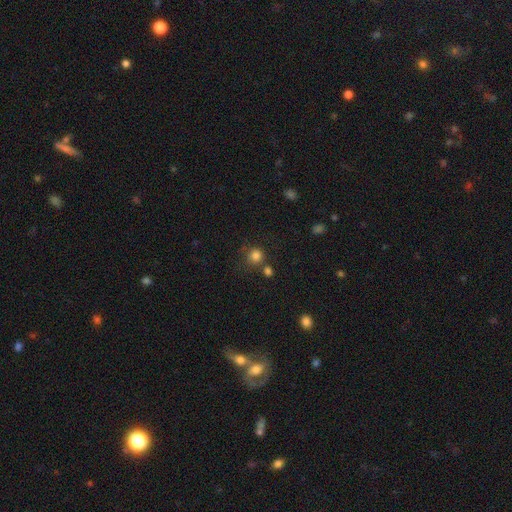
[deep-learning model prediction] Smooth or featured?
  - smooth: 81% *
  - star or artifact: 13%
  - featured or disk: 6%
How rounded?
  - round: 92% *
  - in between: 7%
  - cigar-shaped: 1%
Merging?
  - none: 69% *
  - merger: 16%
  - minor disturbance: 11%
  - major disturbance: 5%